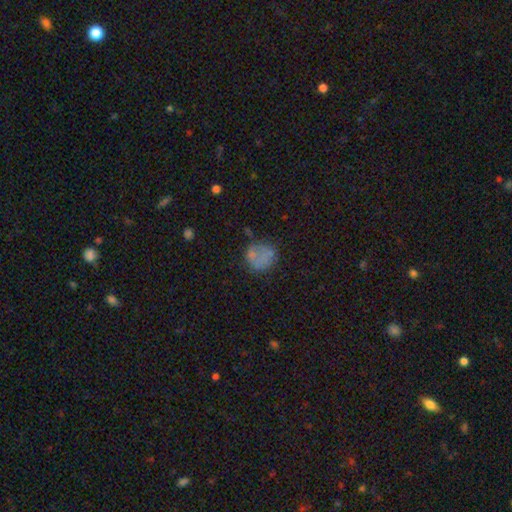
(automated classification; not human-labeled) Smooth or featured? smooth (64%)
How rounded? round (79%)
Merging? none (57%)